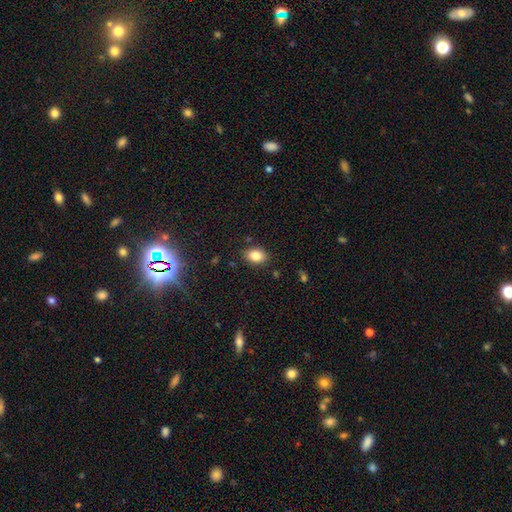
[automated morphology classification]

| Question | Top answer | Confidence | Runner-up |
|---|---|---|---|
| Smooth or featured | smooth | 84% | star or artifact (10%) |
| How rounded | in between | 76% | round (23%) |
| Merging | none | 85% | minor disturbance (11%) |